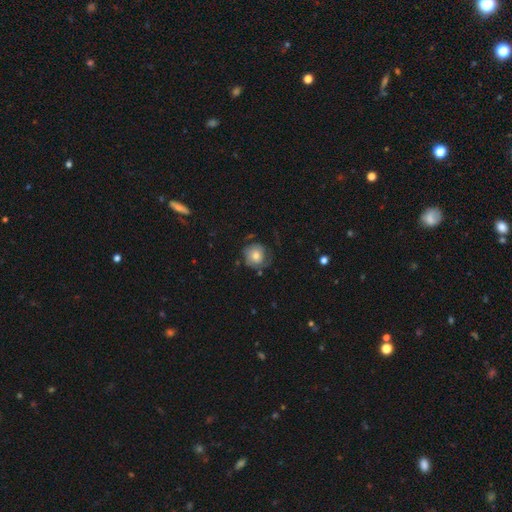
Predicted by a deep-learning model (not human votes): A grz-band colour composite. It shows a smooth galaxy with no disk features (55%) that is round (88%). Merging: none (57%).